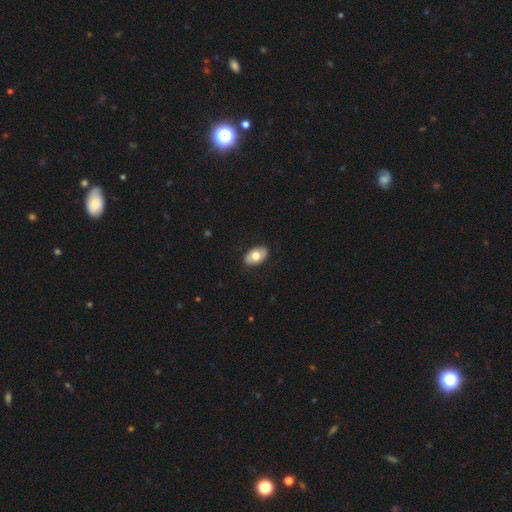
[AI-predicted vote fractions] Smooth or featured? Predicted: smooth (p=0.66). How rounded? Predicted: in between (p=0.90). Merging? Predicted: none (p=0.85).